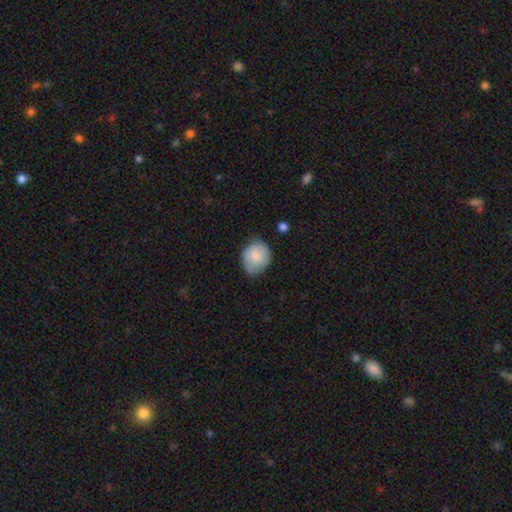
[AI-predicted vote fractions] smooth-or-featured: smooth: 80% | featured or disk: 14% | star or artifact: 6%
  how-rounded: round: 59% | in between: 40% | cigar-shaped: 1%
  merging: none: 64% | minor disturbance: 28% | major disturbance: 6% | merger: 2%